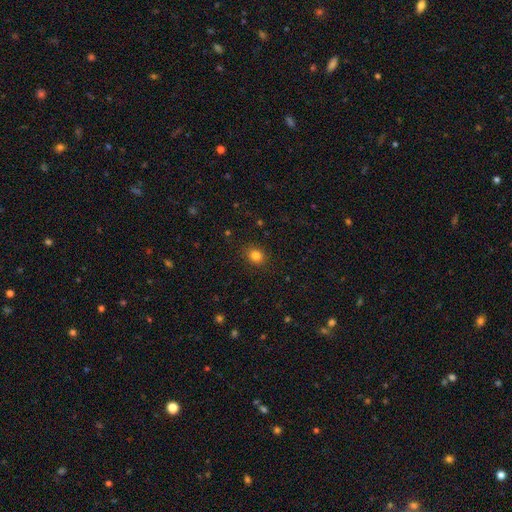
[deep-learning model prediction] A smooth galaxy with no disk features (82%) that is round (69%). Merging: none (89%).